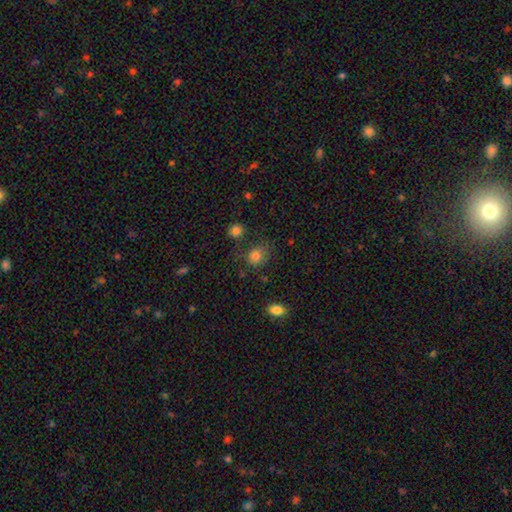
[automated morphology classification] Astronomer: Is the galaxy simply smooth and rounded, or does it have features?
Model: smooth — 80%.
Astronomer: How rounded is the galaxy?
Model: round — 67%.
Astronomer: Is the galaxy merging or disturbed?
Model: none — 64%.